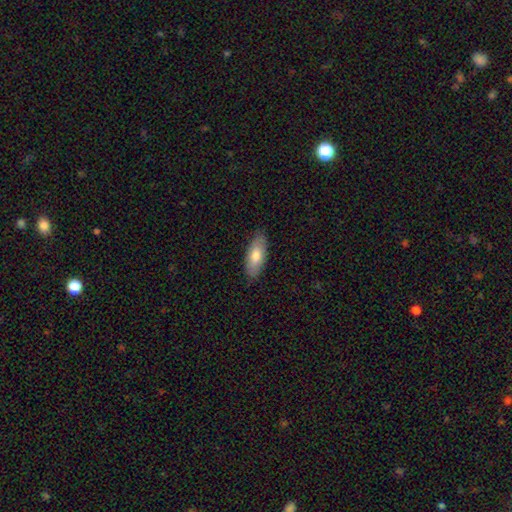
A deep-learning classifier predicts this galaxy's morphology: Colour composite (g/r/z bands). It shows a smooth galaxy with no disk features (76%) that is in between round and cigar-shaped (81%). Merging: none (85%).